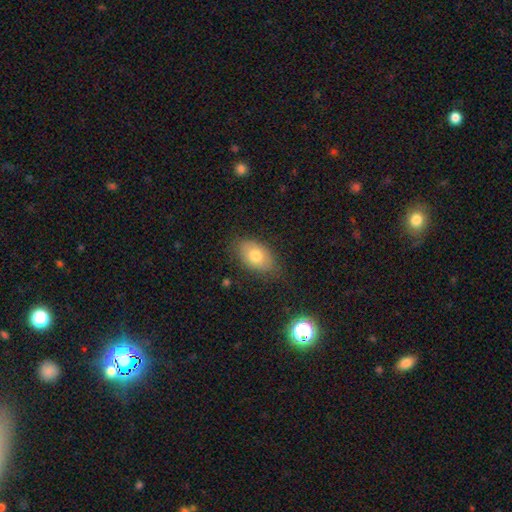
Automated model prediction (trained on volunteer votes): Smooth or featured? Predicted: smooth (p=0.75). How rounded? Predicted: in between (p=0.88). Merging? Predicted: none (p=0.76).